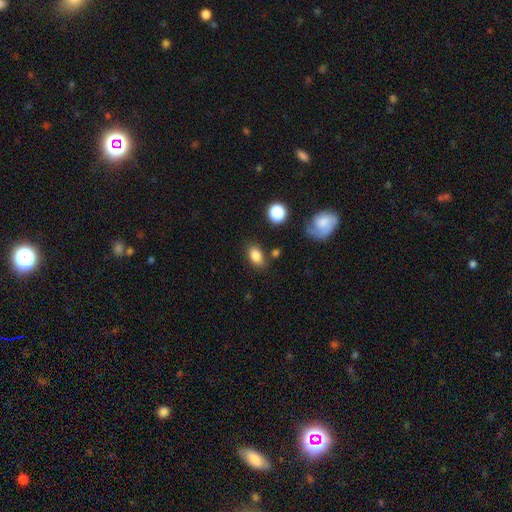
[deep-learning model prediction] smooth_or_featured: smooth (p=0.83) [alt: star or artifact p=0.10]
how_rounded: in between (p=0.83) [alt: round p=0.15]
merging: none (p=0.78) [alt: minor disturbance p=0.14]